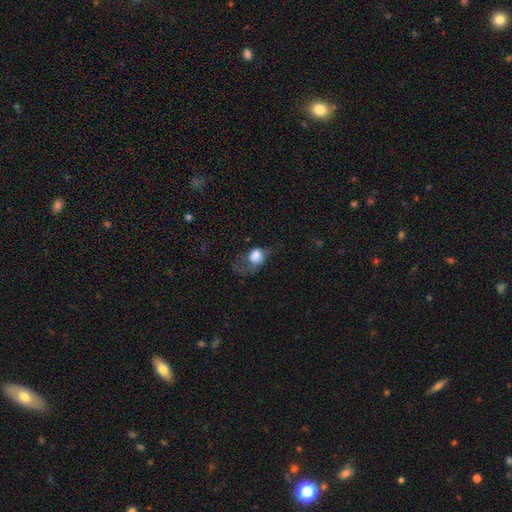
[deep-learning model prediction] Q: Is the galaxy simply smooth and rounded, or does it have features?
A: smooth — 67%.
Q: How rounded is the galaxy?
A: round — 51%.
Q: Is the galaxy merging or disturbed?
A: major disturbance — 47%.